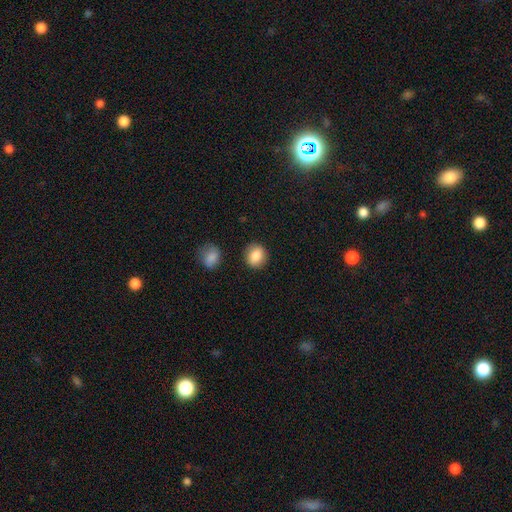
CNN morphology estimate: This appears to be a smooth galaxy with no disk features (86%) that is round (68%). Merging: none (86%).